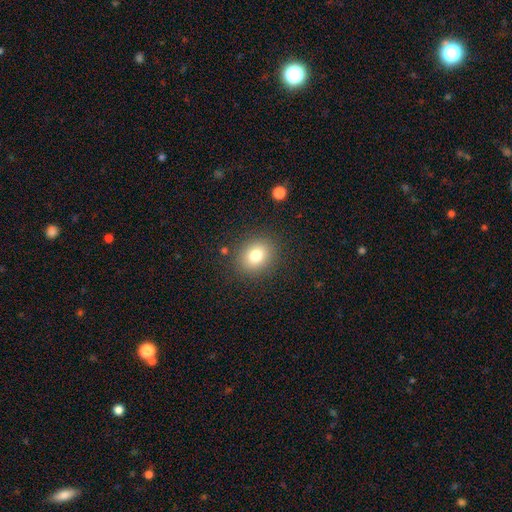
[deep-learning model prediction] Morphology: type=smooth (79%); roundness=round (62%); merging=none (86%).